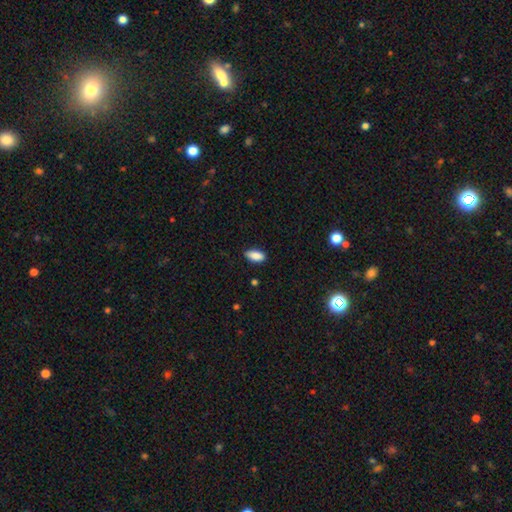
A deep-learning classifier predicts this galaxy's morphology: smooth 88%, star or artifact 7%, featured or disk 5%. Down the decision tree: how rounded — in between (88%); merging — none (81%).